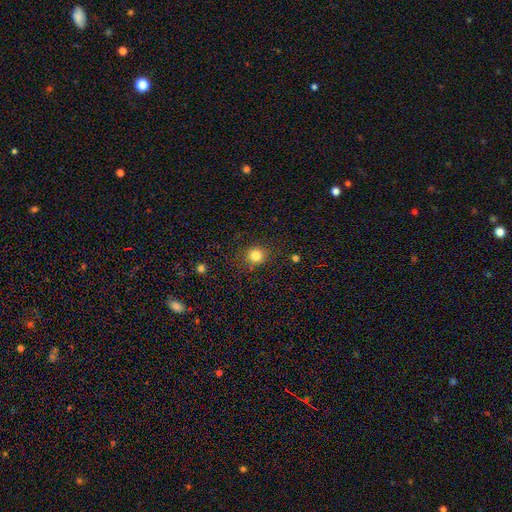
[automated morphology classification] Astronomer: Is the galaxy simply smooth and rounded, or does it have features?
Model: smooth — 82%.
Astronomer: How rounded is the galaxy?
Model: round — 86%.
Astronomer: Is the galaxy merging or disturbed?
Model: none — 85%.